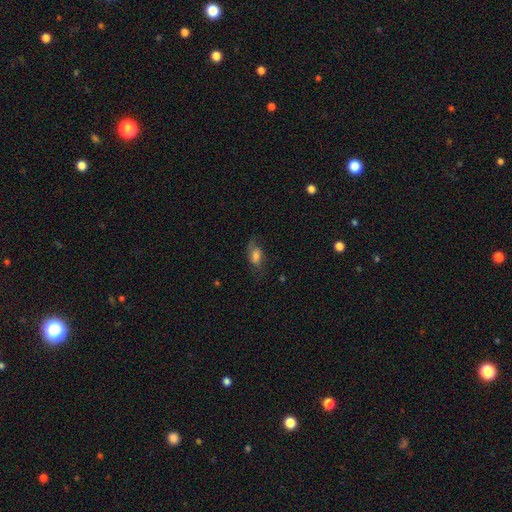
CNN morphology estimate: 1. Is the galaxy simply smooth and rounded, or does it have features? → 63% smooth, 26% featured or disk, 11% star or artifact.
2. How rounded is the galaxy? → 84% in between, 10% round, 6% cigar-shaped.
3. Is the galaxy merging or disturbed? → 56% none, 25% minor disturbance, 17% major disturbance, 2% merger.